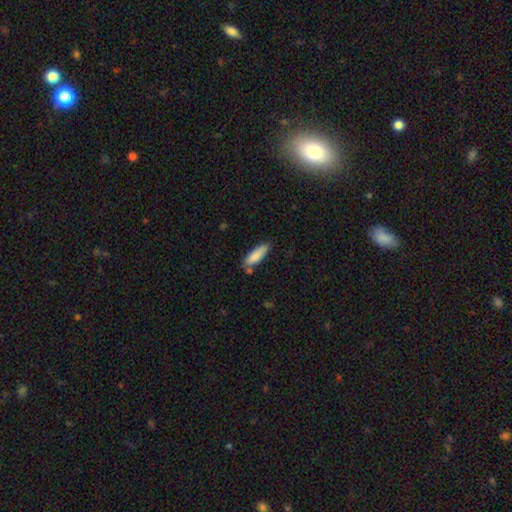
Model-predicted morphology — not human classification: Overall: smooth (86%). How rounded: cigar-shaped (55%; in between 43%). Merging: none (73%).